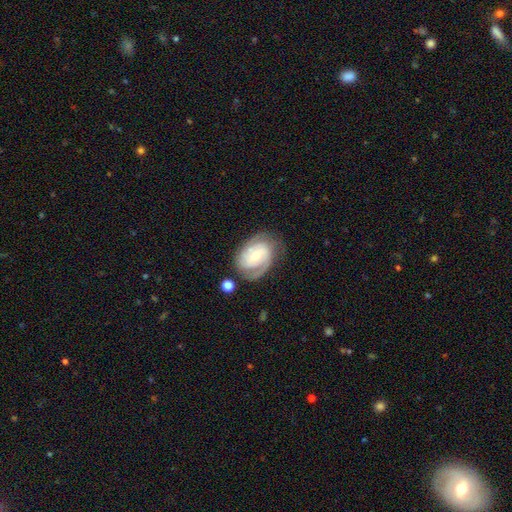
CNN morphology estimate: Q: Smooth or featured?
A: featured or disk (80%); runner-up: smooth (14%)
Q: Edge-on disk?
A: no (96%); runner-up: yes (4%)
Q: Bar?
A: no (52%); runner-up: weak (39%)
Q: Spiral arms?
A: yes (94%); runner-up: no (6%)
Q: Spiral winding?
A: tight (59%); runner-up: medium (33%)
Q: Spiral arm count?
A: 2 (49%); runner-up: can't tell (22%)
Q: Bulge size?
A: moderate (56%); runner-up: small (39%)
Q: Merging?
A: none (67%); runner-up: minor disturbance (21%)